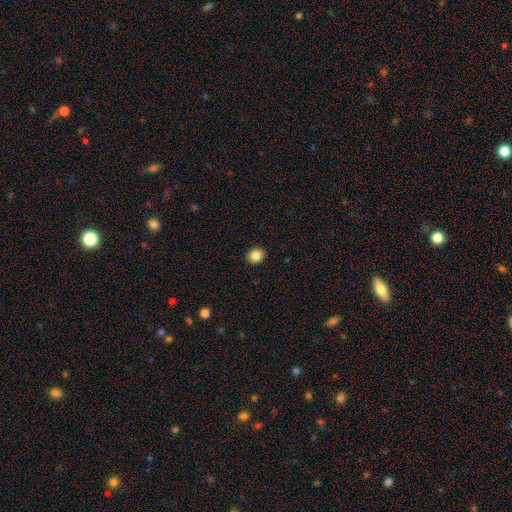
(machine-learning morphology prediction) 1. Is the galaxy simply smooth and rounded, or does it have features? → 85% smooth, 9% star or artifact, 5% featured or disk.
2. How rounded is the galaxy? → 62% round, 37% in between, 1% cigar-shaped.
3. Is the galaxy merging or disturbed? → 91% none, 6% minor disturbance, 2% major disturbance, 1% merger.